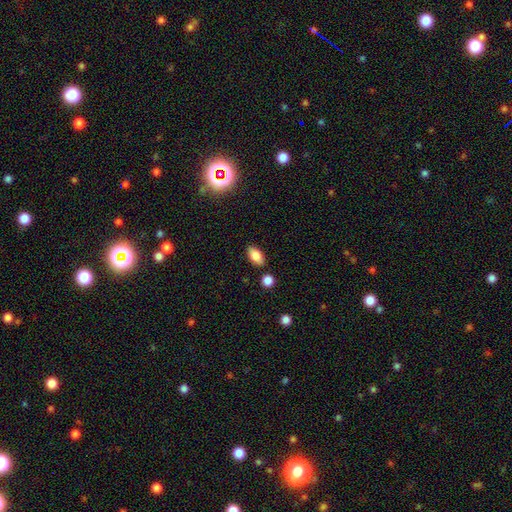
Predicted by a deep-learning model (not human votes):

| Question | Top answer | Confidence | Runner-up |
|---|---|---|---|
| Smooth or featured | smooth | 84% | star or artifact (8%) |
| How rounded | in between | 90% | round (5%) |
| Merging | none | 83% | minor disturbance (10%) |